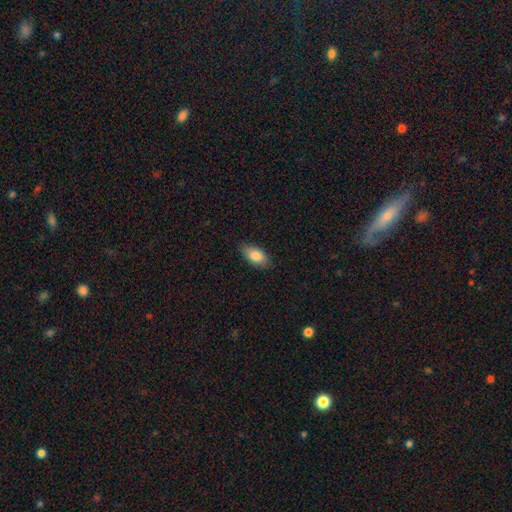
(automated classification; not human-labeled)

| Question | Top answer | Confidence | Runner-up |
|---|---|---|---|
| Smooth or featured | smooth | 85% | featured or disk (9%) |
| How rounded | in between | 92% | cigar-shaped (4%) |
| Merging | none | 83% | minor disturbance (13%) |